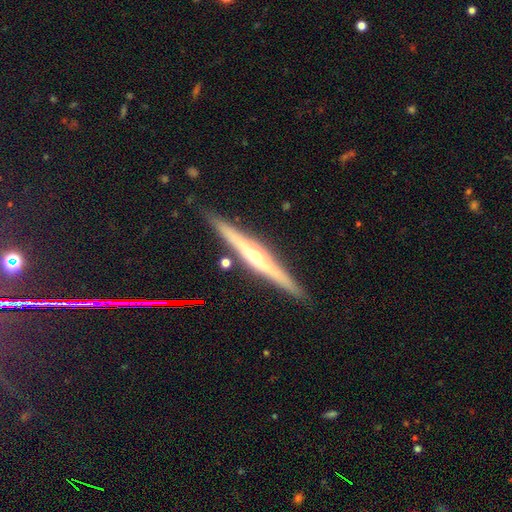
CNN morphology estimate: Q: Smooth or featured?
A: featured or disk (79%); runner-up: smooth (14%)
Q: Edge-on disk?
A: yes (97%); runner-up: no (3%)
Q: Edge-on bulge?
A: rounded (85%); runner-up: none (10%)
Q: Merging?
A: none (88%); runner-up: minor disturbance (8%)